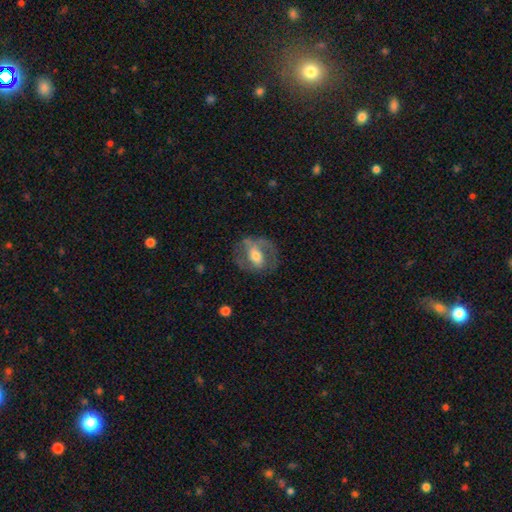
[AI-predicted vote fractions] Smooth or featured? Predicted: featured or disk (p=0.63). Edge-on disk? Predicted: no (p=0.93). Bar? Predicted: strong (p=0.36, tied with weak). Spiral arms? Predicted: yes (p=0.61). Bulge size? Predicted: moderate (p=0.64). Merging? Predicted: none (p=0.62).